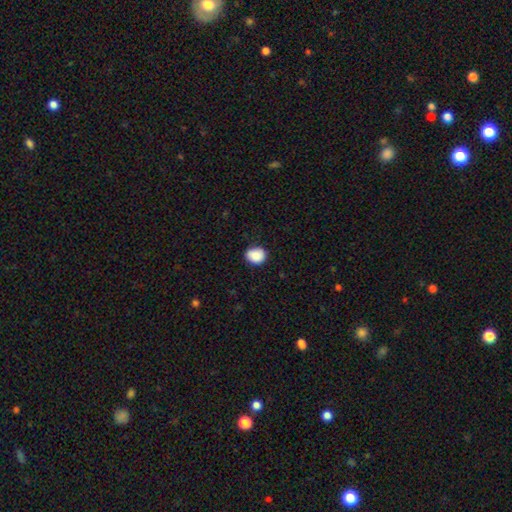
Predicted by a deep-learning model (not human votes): Overall: smooth (88%). How rounded: round (57%; in between 42%). Merging: none (80%).